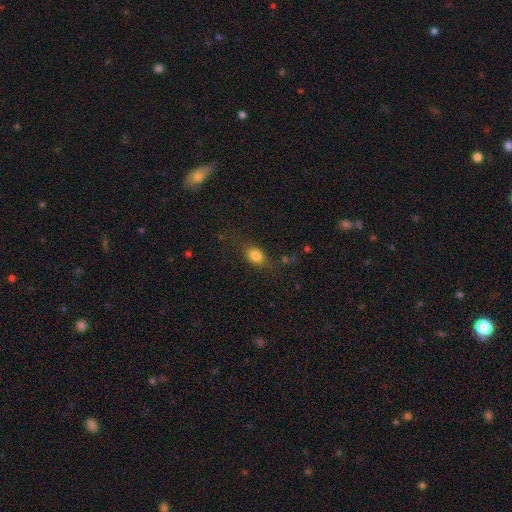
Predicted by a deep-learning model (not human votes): This is likely a smooth galaxy (79%). How rounded: likely in between (67%). Merging: likely none (70%).